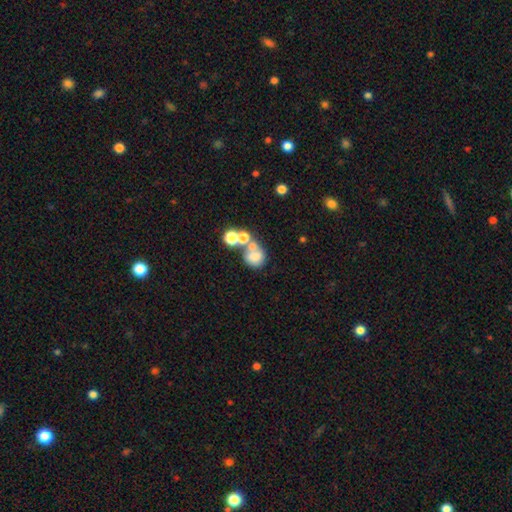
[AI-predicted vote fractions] This is likely a smooth galaxy (61%). How rounded: likely round (67%). Merging: possibly merger (50%).